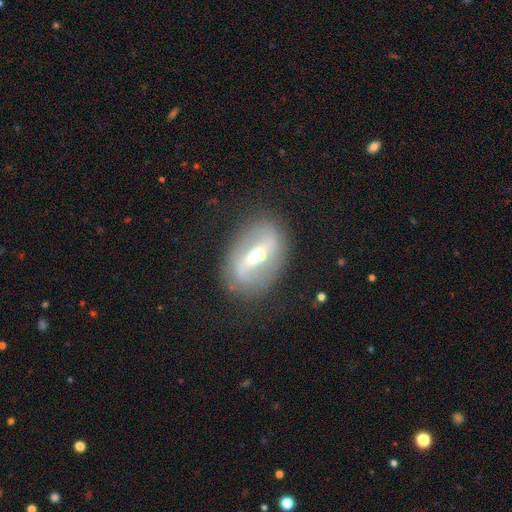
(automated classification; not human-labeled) Overall: featured or disk (74%). Edge-on disk: no (86%). Bar: strong (58%; weak 30%). Spiral arms: yes (51%; no 49%). Bulge size: moderate (65%). Merging: none (80%).